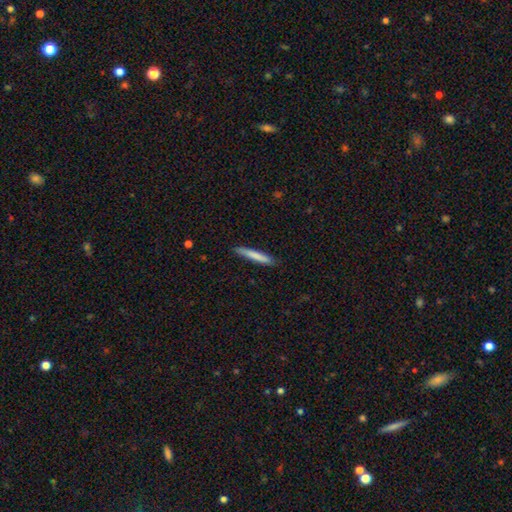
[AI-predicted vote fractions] A smooth galaxy with no disk features (78%) that is cigar-shaped (95%).

Vote fractions:
- Smooth or featured? smooth: 78% / featured or disk: 16% / star or artifact: 6%
- How rounded? cigar-shaped: 95% / in between: 4% / round: 1%
- Merging? none: 88% / minor disturbance: 10% / major disturbance: 2% / merger: 1%